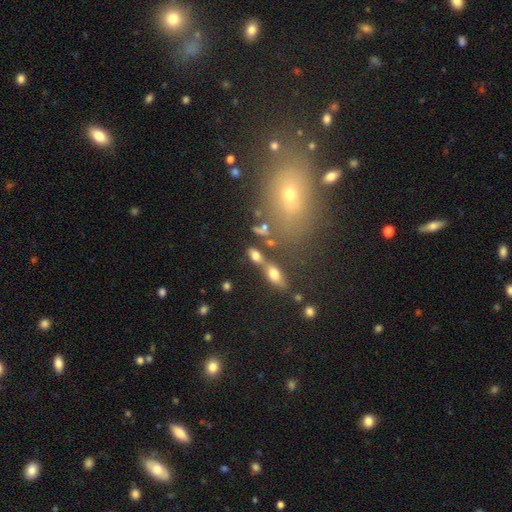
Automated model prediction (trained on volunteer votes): A smooth galaxy with no disk features (63%) that is in between round and cigar-shaped (73%).

Vote fractions:
- Smooth or featured? smooth: 63% / featured or disk: 23% / star or artifact: 14%
- How rounded? in between: 73% / round: 14% / cigar-shaped: 14%
- Merging? none: 40% / merger: 38% / minor disturbance: 13% / major disturbance: 9%